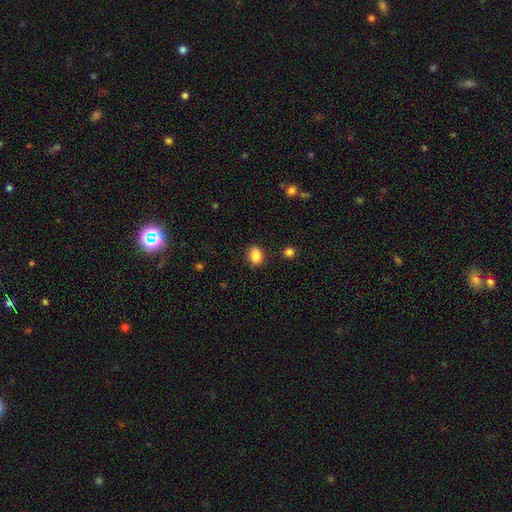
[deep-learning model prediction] smooth-or-featured: smooth: 87% | star or artifact: 9% | featured or disk: 4%
  how-rounded: in between: 57% | round: 42% | cigar-shaped: 1%
  merging: none: 84% | minor disturbance: 11% | major disturbance: 3% | merger: 2%